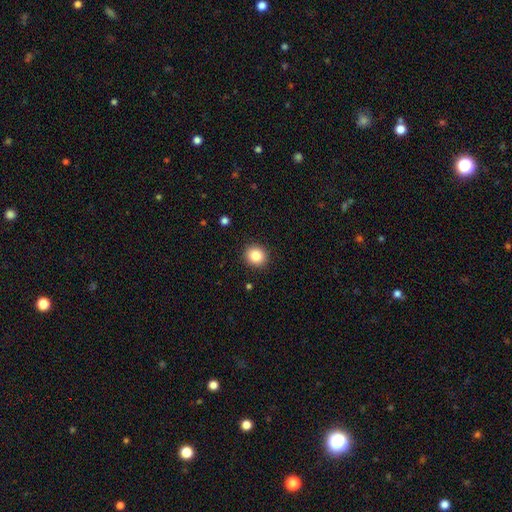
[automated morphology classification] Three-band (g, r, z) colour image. It shows a smooth galaxy with no disk features (85%) that is round (84%). Merging: none (91%).